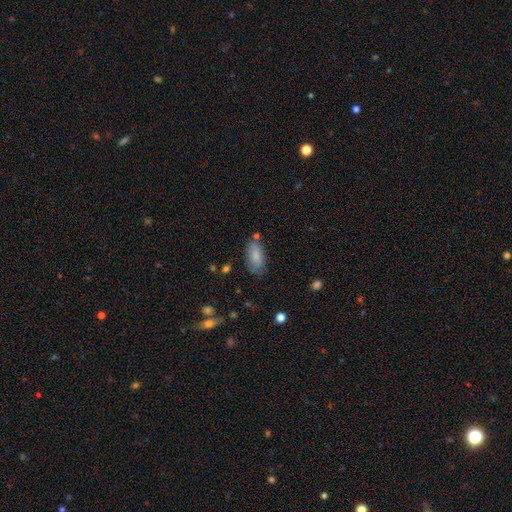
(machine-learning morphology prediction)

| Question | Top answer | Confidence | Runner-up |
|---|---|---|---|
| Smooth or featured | smooth | 80% | featured or disk (13%) |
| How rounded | in between | 90% | cigar-shaped (7%) |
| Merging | none | 69% | minor disturbance (21%) |